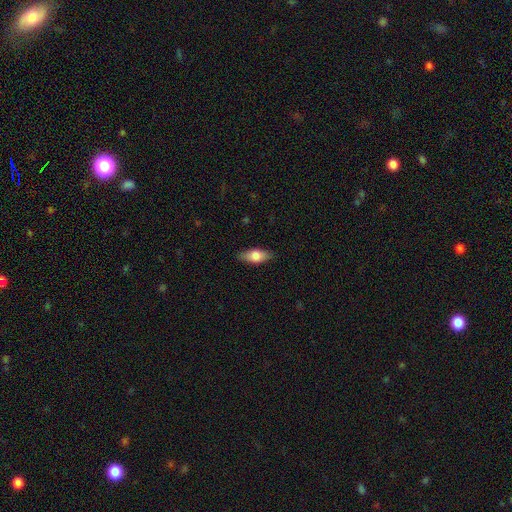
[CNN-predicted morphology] Q: Smooth or featured?
A: smooth (71%); runner-up: featured or disk (22%)
Q: How rounded?
A: in between (79%); runner-up: cigar-shaped (18%)
Q: Merging?
A: none (86%); runner-up: minor disturbance (11%)